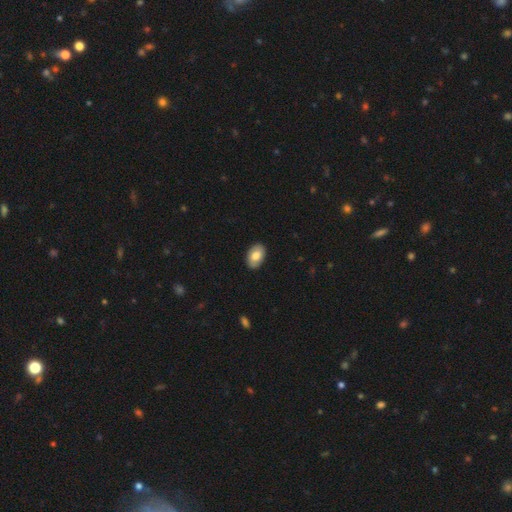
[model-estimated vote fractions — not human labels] This is likely a smooth galaxy (78%). How rounded: clearly in between (91%). Merging: clearly none (89%).